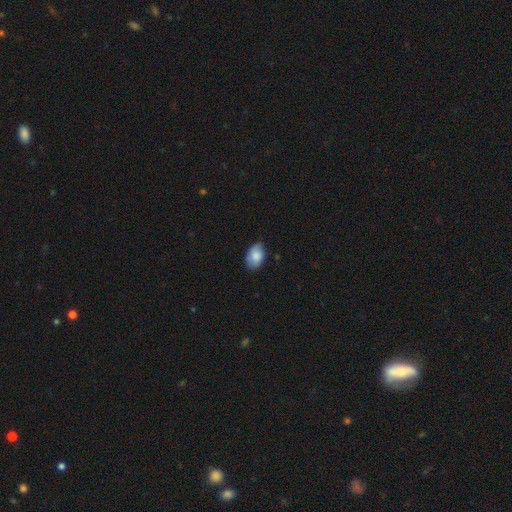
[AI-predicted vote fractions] This appears to be a smooth galaxy with no disk features (84%) that is in between round and cigar-shaped (89%). Merging: none (77%).